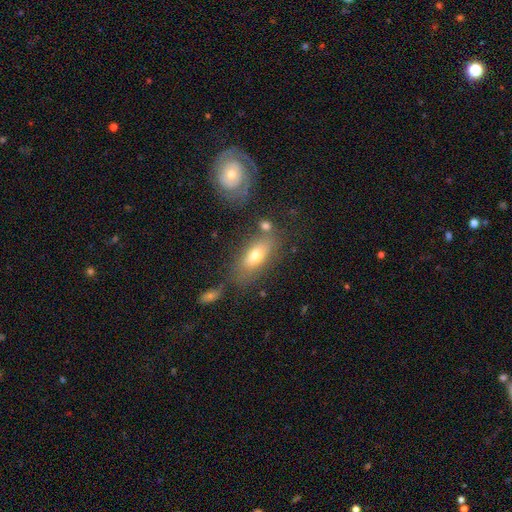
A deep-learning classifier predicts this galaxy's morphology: Overall: smooth (69%). How rounded: in between (78%). Merging: none (67%).